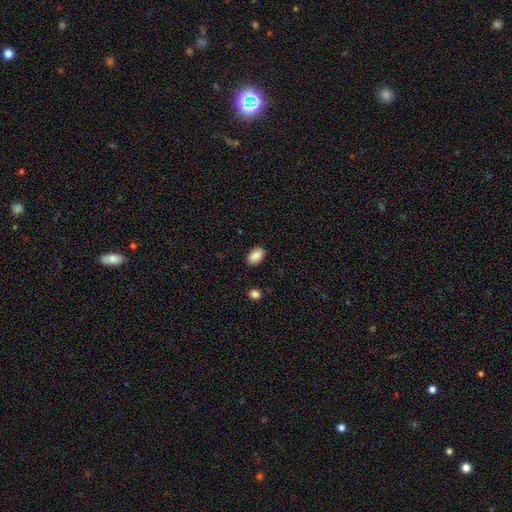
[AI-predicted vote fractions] A smooth galaxy with no disk features (89%) that is in between round and cigar-shaped (90%).

Vote fractions:
- Smooth or featured? smooth: 89% / star or artifact: 8% / featured or disk: 4%
- How rounded? in between: 90% / round: 9% / cigar-shaped: 1%
- Merging? none: 87% / minor disturbance: 9% / major disturbance: 2% / merger: 1%